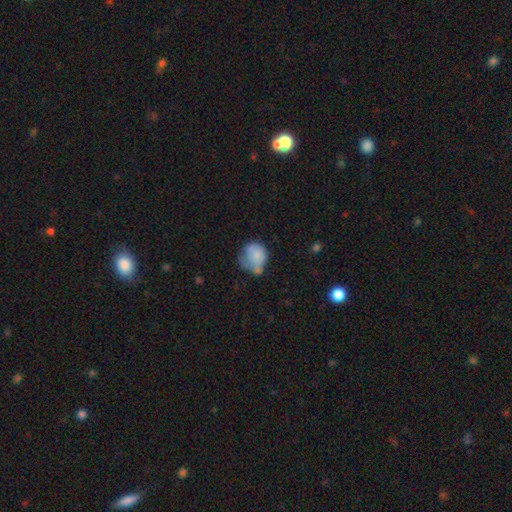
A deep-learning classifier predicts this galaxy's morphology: A smooth galaxy with no disk features (75%) that is round (62%).

Vote fractions:
- Smooth or featured? smooth: 75% / featured or disk: 17% / star or artifact: 8%
- How rounded? round: 62% / in between: 37% / cigar-shaped: 1%
- Merging? minor disturbance: 35% / none: 29% / major disturbance: 23% / merger: 13%